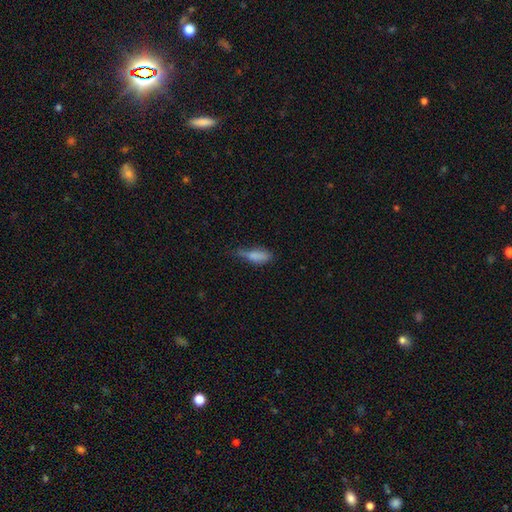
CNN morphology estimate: type=smooth (78%); roundness=in between (61%); merging=minor disturbance (44%).